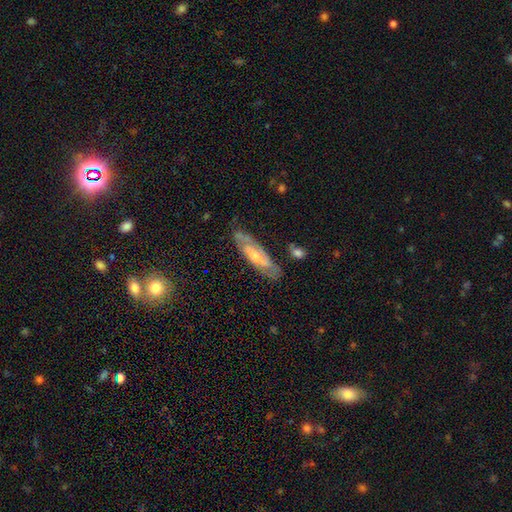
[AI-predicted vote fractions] A featured or disk galaxy (71%) with a weak bar (41%), spiral arms (81%) and a moderate central bulge (47%).

Vote fractions:
- Smooth or featured? featured or disk: 71% / smooth: 23% / star or artifact: 6%
- Edge-on disk? no: 74% / yes: 26%
- Bar? weak: 41% / no: 35% / strong: 24%
- Spiral arms? yes: 81% / no: 19%
- Bulge size? moderate: 47% / small: 44% / large: 5% / none: 3% / dominant: 1%
- Merging? none: 76% / minor disturbance: 17% / major disturbance: 5% / merger: 2%